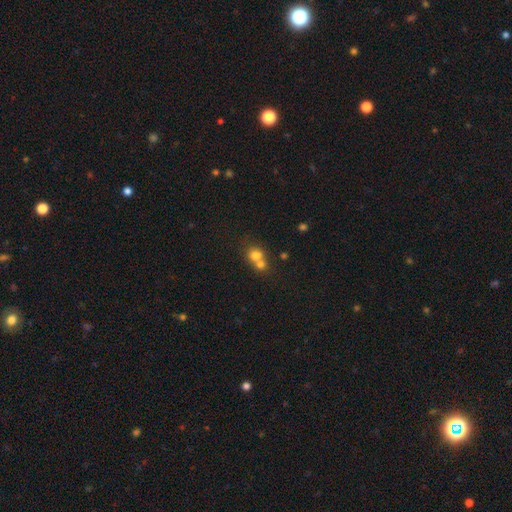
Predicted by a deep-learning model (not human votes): Overall: smooth (74%). How rounded: round (77%). Merging: merger (59%; none 32%).